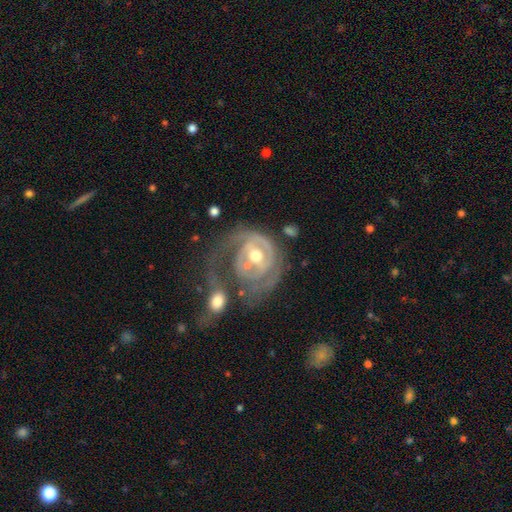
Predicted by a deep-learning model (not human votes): smooth-or-featured: featured or disk: 82% | smooth: 13% | star or artifact: 5%
  disk-edge-on: no: 97% | yes: 3%
    bar: no: 56% | weak: 32% | strong: 12%
    has-spiral-arms: yes: 79% | no: 21%
      spiral-winding: tight: 59% | medium: 27% | loose: 14%
      spiral-arm-count: 1: 32% | 2: 29% | can't tell: 28% | 3: 6% | 4: 3% | more than 4: 2%
    bulge-size: moderate: 72% | small: 19% | large: 7% | none: 1% | dominant: 1%
  merging: merger: 34% | major disturbance: 29% | none: 22% | minor disturbance: 14%